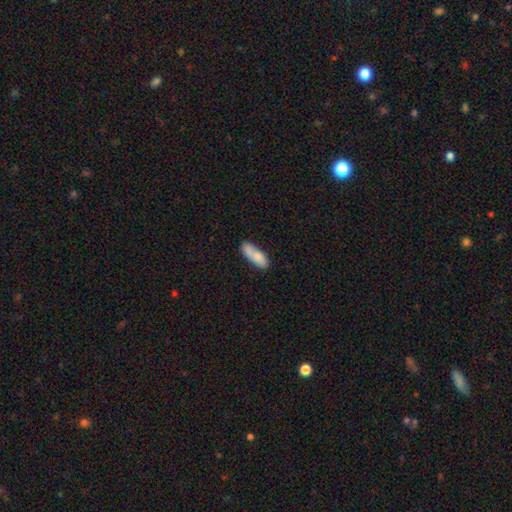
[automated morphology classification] This appears to be a smooth galaxy with no disk features (78%) that is in between round and cigar-shaped (64%). Merging: none (63%).